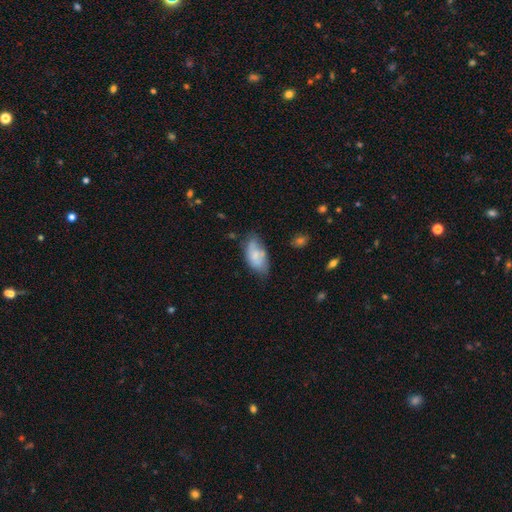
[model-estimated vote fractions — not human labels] smooth-or-featured: smooth: 69% | featured or disk: 24% | star or artifact: 7%
  how-rounded: in between: 93% | cigar-shaped: 4% | round: 3%
  merging: none: 54% | minor disturbance: 31% | major disturbance: 9% | merger: 7%